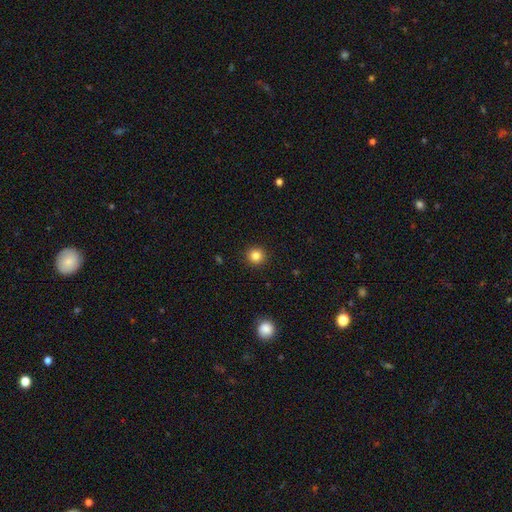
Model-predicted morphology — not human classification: Q: Smooth or featured?
A: smooth (84%); runner-up: star or artifact (11%)
Q: How rounded?
A: round (94%); runner-up: in between (5%)
Q: Merging?
A: none (92%); runner-up: minor disturbance (5%)